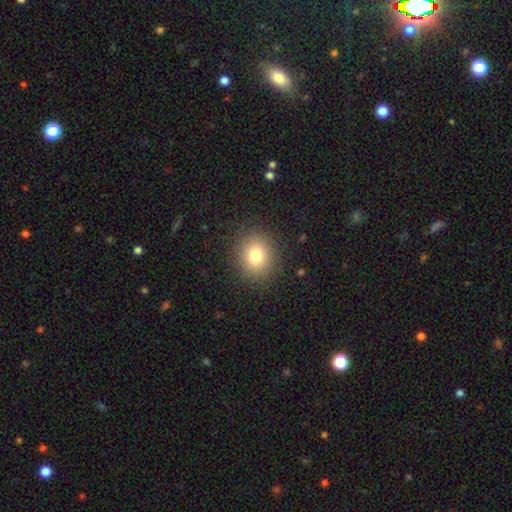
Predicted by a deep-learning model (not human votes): Smooth or featured? smooth (79%)
How rounded? round (75%)
Merging? none (88%)